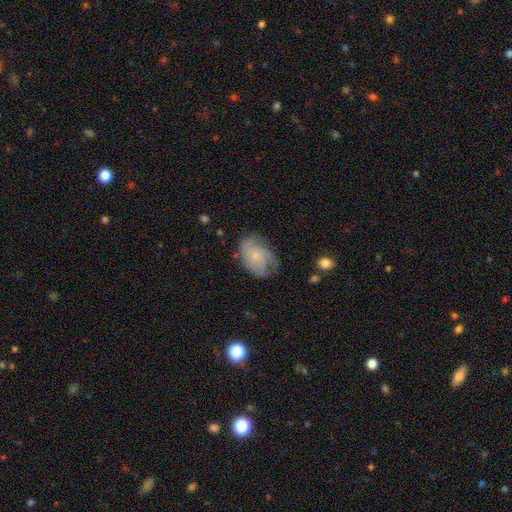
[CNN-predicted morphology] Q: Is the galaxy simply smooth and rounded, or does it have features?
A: featured or disk — 57%.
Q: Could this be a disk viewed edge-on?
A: no — 97%.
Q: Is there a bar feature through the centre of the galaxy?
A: no — 81%.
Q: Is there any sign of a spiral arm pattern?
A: yes — 87%.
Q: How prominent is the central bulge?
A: small — 72%.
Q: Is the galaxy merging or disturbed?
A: none — 60%.